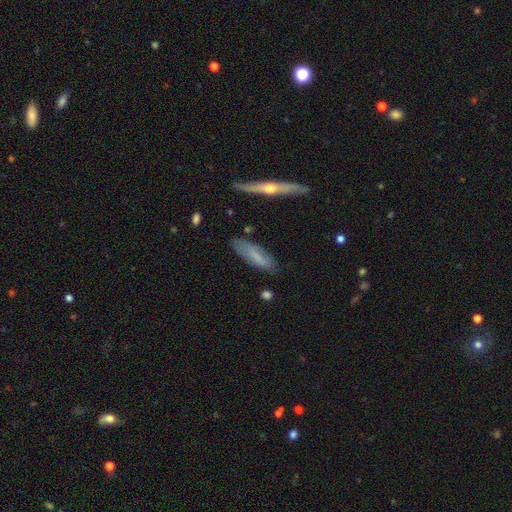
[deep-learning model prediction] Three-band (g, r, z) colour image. It shows a smooth galaxy with no disk features (65%) that is cigar-shaped (56%). Merging: none (76%).